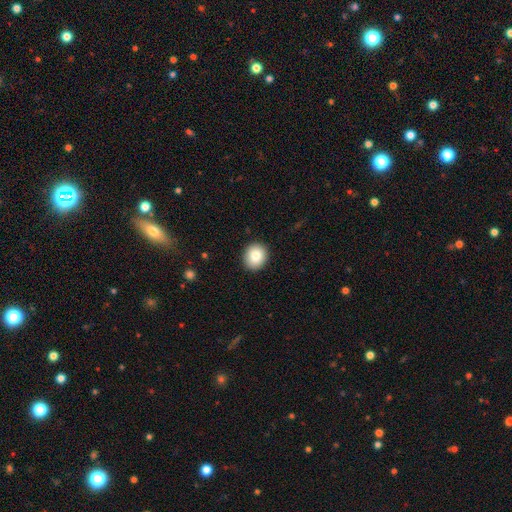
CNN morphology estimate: Smooth or featured? smooth (84%)
How rounded? round (77%)
Merging? none (91%)